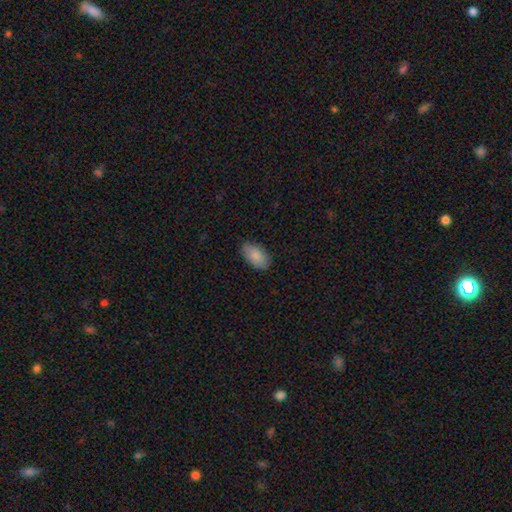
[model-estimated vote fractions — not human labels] This appears to be a smooth galaxy with no disk features (88%) that is in between round and cigar-shaped (95%). Merging: none (85%).